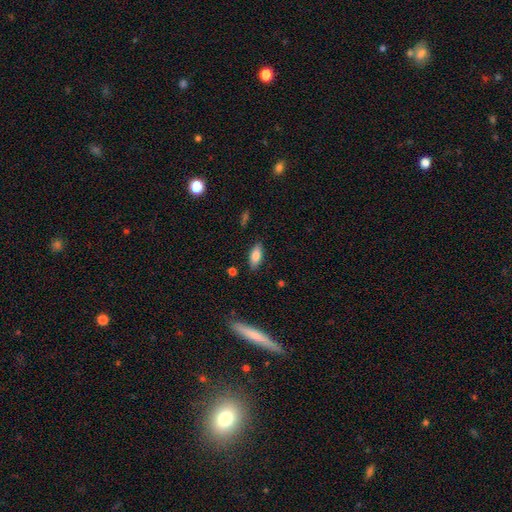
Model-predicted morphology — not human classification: Overall: smooth (81%). How rounded: in between (82%). Merging: none (84%).